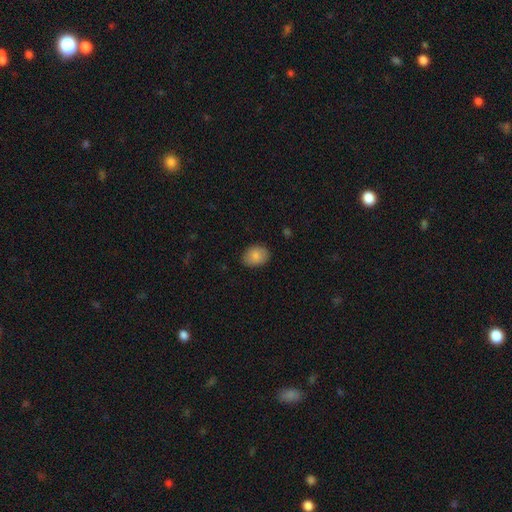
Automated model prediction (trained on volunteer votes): Q: Smooth or featured?
A: smooth (85%); runner-up: star or artifact (7%)
Q: How rounded?
A: in between (66%); runner-up: round (33%)
Q: Merging?
A: none (85%); runner-up: minor disturbance (12%)